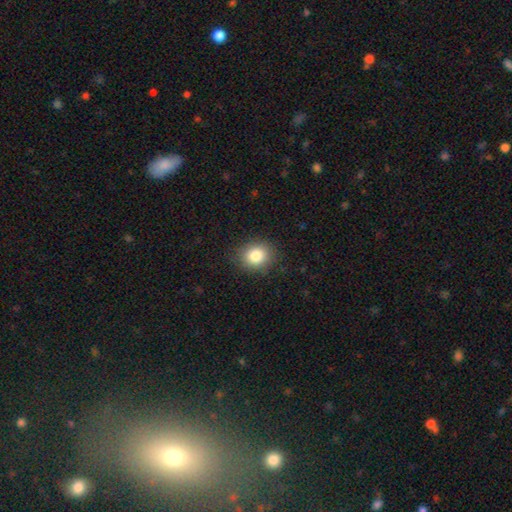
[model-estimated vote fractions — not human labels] Morphology: type=smooth (83%); roundness=round (71%); merging=none (87%).